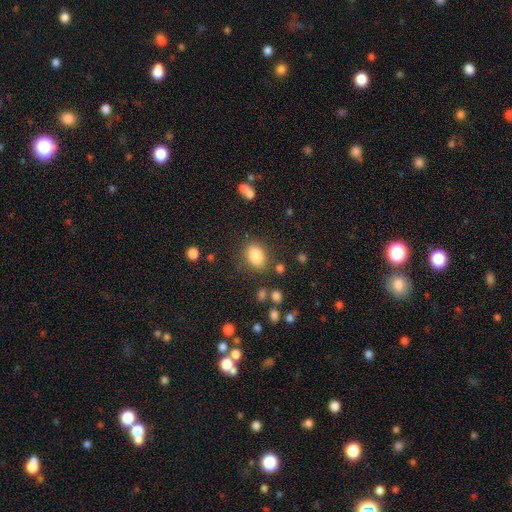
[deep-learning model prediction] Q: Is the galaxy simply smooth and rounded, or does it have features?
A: smooth — 84%.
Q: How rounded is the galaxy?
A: in between — 64%.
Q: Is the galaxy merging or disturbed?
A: none — 78%.